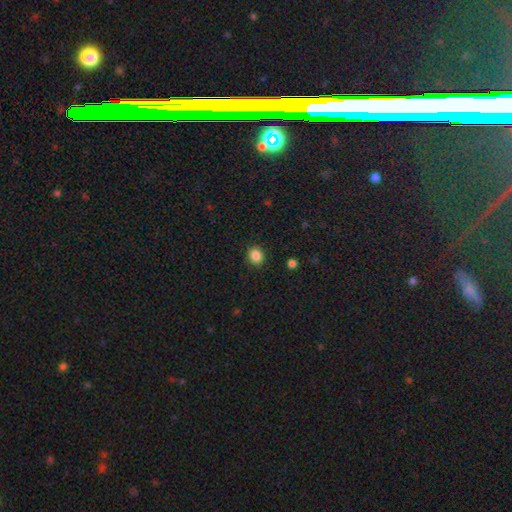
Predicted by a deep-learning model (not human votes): smooth_or_featured: smooth (p=0.86) [alt: star or artifact p=0.10]
how_rounded: round (p=0.75) [alt: in between p=0.24]
merging: none (p=0.91) [alt: minor disturbance p=0.06]